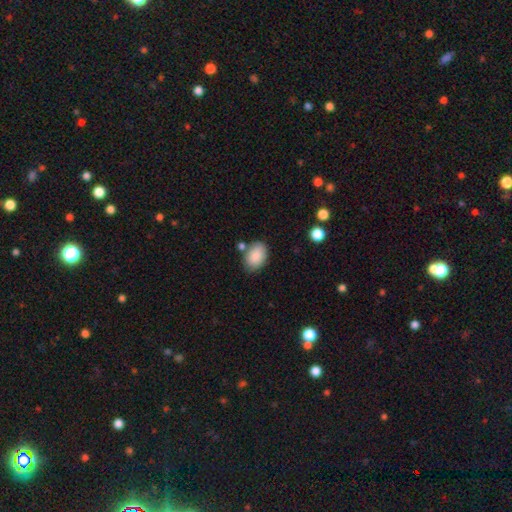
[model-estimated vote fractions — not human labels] A smooth galaxy with no disk features (88%) that is in between round and cigar-shaped (85%).

Vote fractions:
- Smooth or featured? smooth: 88% / star or artifact: 7% / featured or disk: 5%
- How rounded? in between: 85% / round: 14% / cigar-shaped: 1%
- Merging? none: 72% / minor disturbance: 16% / merger: 8% / major disturbance: 4%